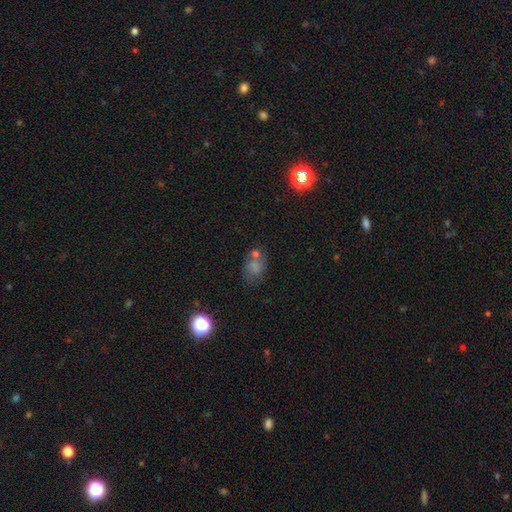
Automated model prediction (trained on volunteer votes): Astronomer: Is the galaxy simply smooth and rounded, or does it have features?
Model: smooth — 53% (runner-up: star or artifact, 31%).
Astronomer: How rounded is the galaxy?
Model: in between — 56% (runner-up: round, 41%).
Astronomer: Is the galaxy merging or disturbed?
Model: none — 57%.